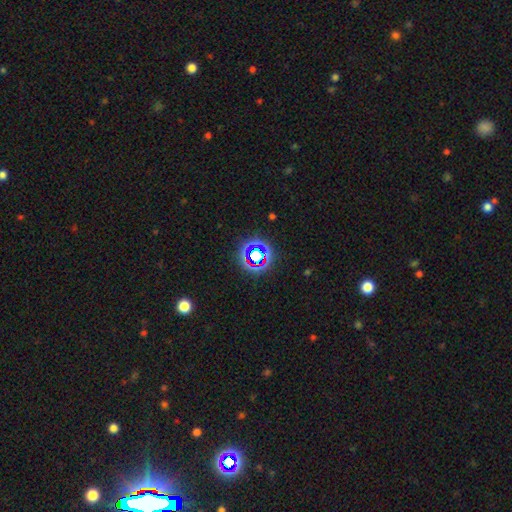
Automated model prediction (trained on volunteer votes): smooth-or-featured: star or artifact: 65% | smooth: 24% | featured or disk: 11%